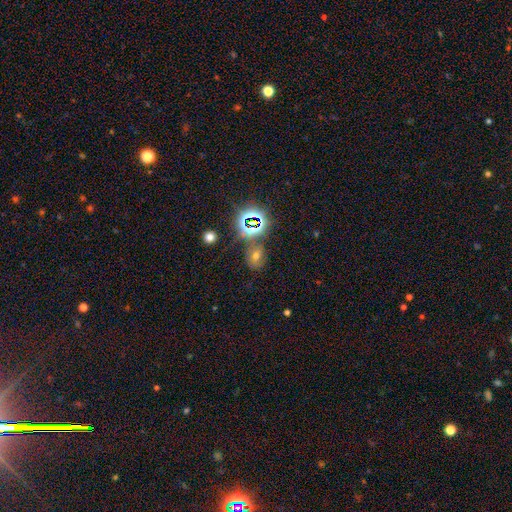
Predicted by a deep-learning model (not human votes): This is possibly a smooth galaxy (49%). Merging: likely none (70%).